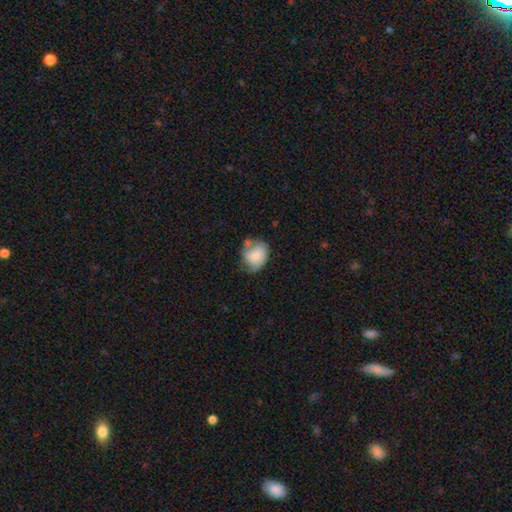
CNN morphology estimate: smooth-or-featured: smooth: 65% | featured or disk: 27% | star or artifact: 7%
  how-rounded: in between: 53% | round: 46% | cigar-shaped: 1%
  merging: none: 41% | minor disturbance: 33% | major disturbance: 13% | merger: 13%